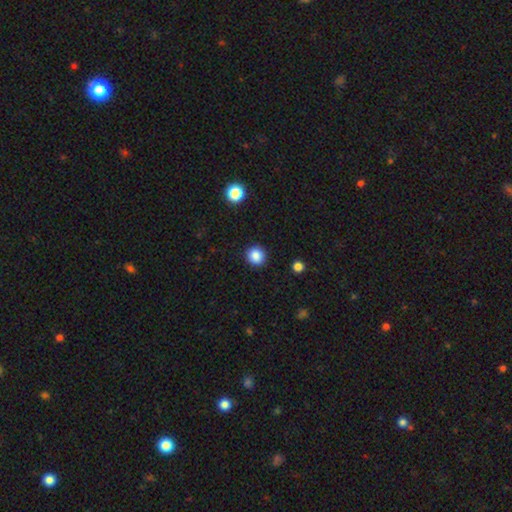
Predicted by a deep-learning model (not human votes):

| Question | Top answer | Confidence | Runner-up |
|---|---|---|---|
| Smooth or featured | smooth | 86% | star or artifact (10%) |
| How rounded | round | 92% | in between (7%) |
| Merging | none | 92% | minor disturbance (5%) |